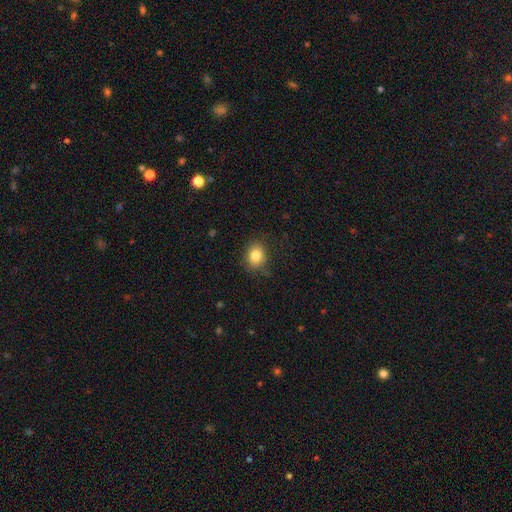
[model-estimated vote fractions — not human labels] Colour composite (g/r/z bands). It shows a smooth galaxy with no disk features (83%) that is round (58%). Merging: none (83%).